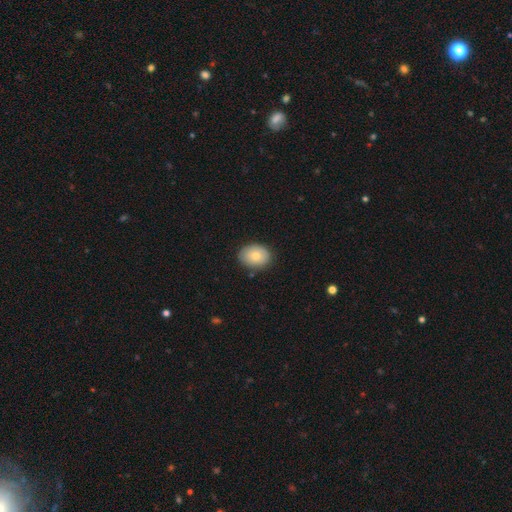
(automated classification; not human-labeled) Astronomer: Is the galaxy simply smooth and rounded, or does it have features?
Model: smooth — 77%.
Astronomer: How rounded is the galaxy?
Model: in between — 62% (runner-up: round, 37%).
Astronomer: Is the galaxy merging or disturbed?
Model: none — 84%.